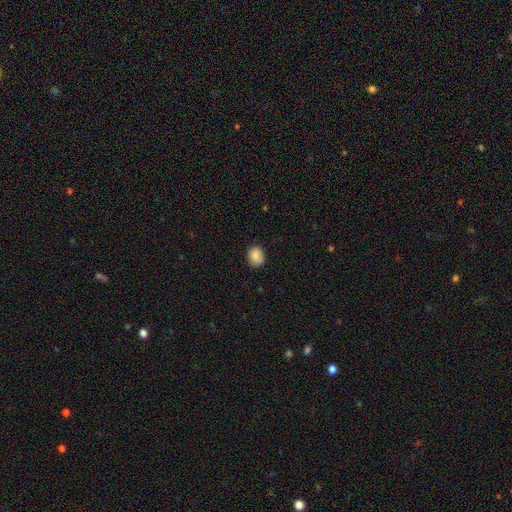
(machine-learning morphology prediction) Smooth or featured? smooth (87%)
How rounded? round (65%)
Merging? none (83%)